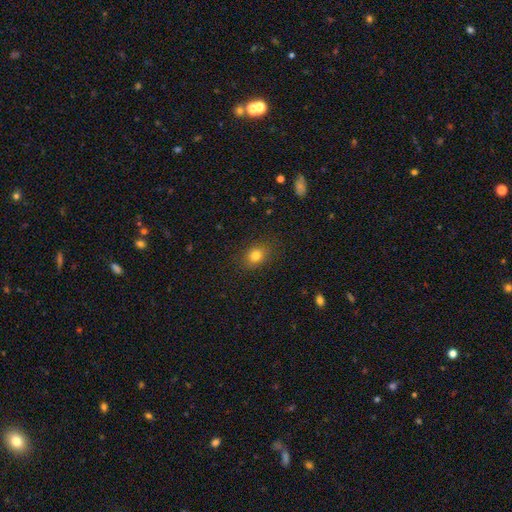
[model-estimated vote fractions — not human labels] Overall: smooth (79%). How rounded: in between (52%; round 46%). Merging: none (84%).